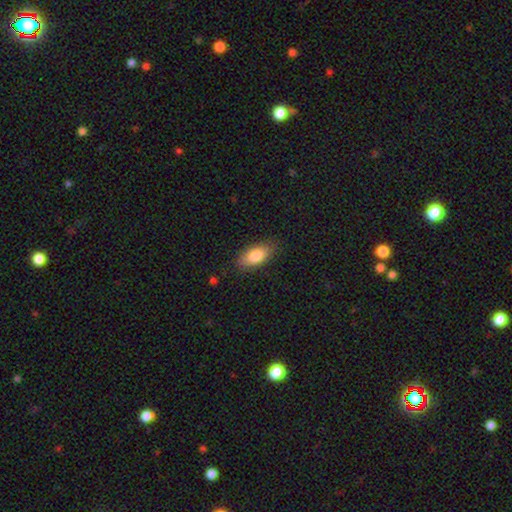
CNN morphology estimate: This is clearly a smooth galaxy (83%). How rounded: clearly in between (88%). Merging: clearly none (82%).